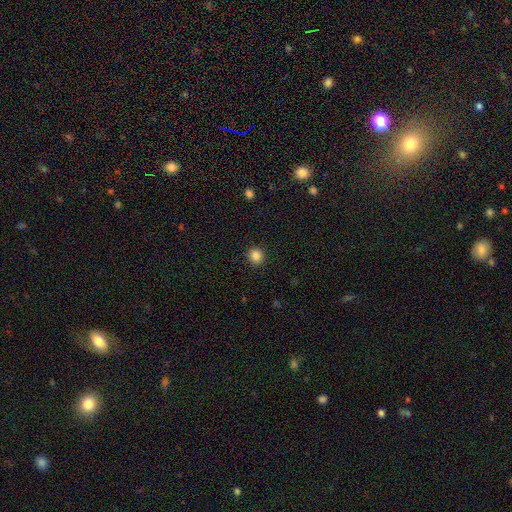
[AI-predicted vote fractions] This appears to be a smooth galaxy with no disk features (85%) that is round (89%). Merging: none (92%).